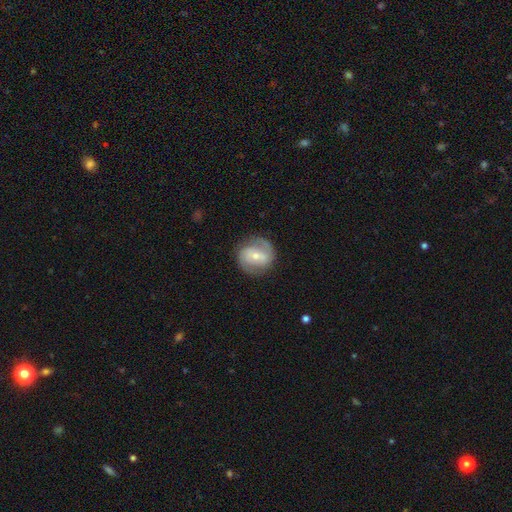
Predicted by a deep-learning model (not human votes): Q: Smooth or featured?
A: featured or disk (71%); runner-up: smooth (23%)
Q: Edge-on disk?
A: no (97%); runner-up: yes (3%)
Q: Bar?
A: weak (40%); runner-up: no (35%)
Q: Spiral arms?
A: yes (85%); runner-up: no (15%)
Q: Spiral winding?
A: medium (44%); runner-up: tight (38%)
Q: Spiral arm count?
A: 2 (82%); runner-up: can't tell (10%)
Q: Bulge size?
A: small (54%); runner-up: moderate (41%)
Q: Merging?
A: none (79%); runner-up: minor disturbance (14%)